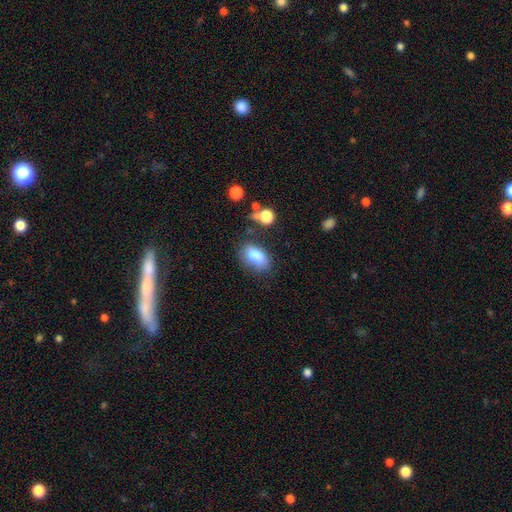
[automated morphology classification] A smooth galaxy with no disk features (84%) that is in between round and cigar-shaped (90%).

Vote fractions:
- Smooth or featured? smooth: 84% / star or artifact: 9% / featured or disk: 8%
- How rounded? in between: 90% / round: 8% / cigar-shaped: 2%
- Merging? none: 62% / minor disturbance: 23% / major disturbance: 9% / merger: 7%